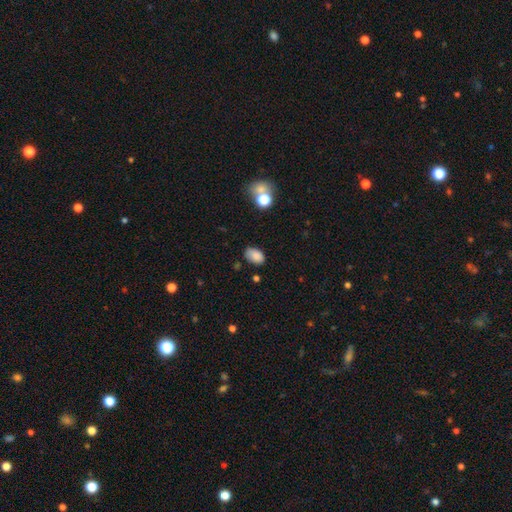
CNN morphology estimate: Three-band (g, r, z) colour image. It shows a smooth galaxy with no disk features (84%) that is in between round and cigar-shaped (88%). Merging: none (71%).